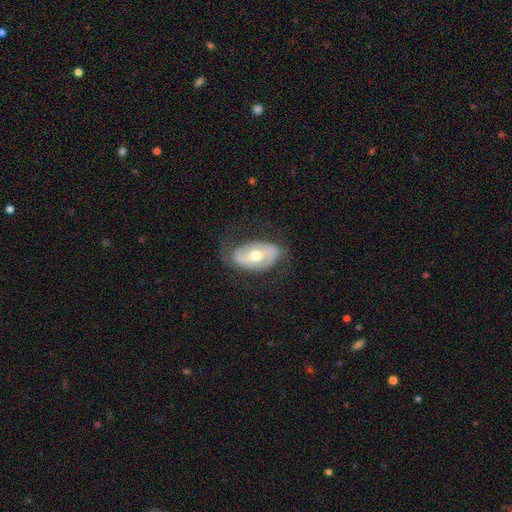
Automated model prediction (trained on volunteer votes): smooth-or-featured: featured or disk: 65% | smooth: 29% | star or artifact: 6%
  disk-edge-on: no: 93% | yes: 7%
    bar: no: 37% | weak: 32% | strong: 30%
    has-spiral-arms: yes: 67% | no: 33%
    bulge-size: moderate: 72% | small: 20% | large: 6% | dominant: 1% | none: 1%
  merging: none: 67% | minor disturbance: 19% | major disturbance: 13% | merger: 1%